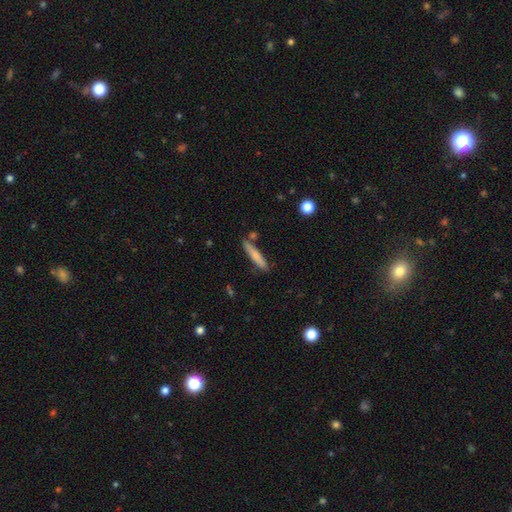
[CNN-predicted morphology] smooth-or-featured: smooth: 73% | featured or disk: 20% | star or artifact: 6%
  how-rounded: cigar-shaped: 91% | in between: 7% | round: 1%
  merging: none: 77% | minor disturbance: 14% | merger: 6% | major disturbance: 3%